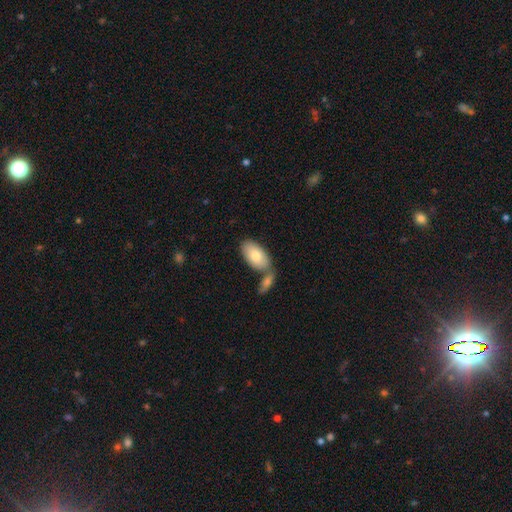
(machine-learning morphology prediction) smooth 79%, featured or disk 16%, star or artifact 5%. Down the decision tree: how rounded — in between (94%); merging — none (52%).